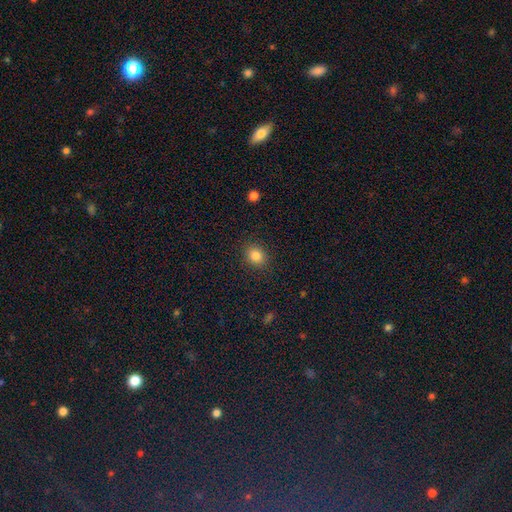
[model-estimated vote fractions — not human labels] smooth 85%, star or artifact 11%, featured or disk 4%. Down the decision tree: how rounded — round (70%); merging — none (89%).